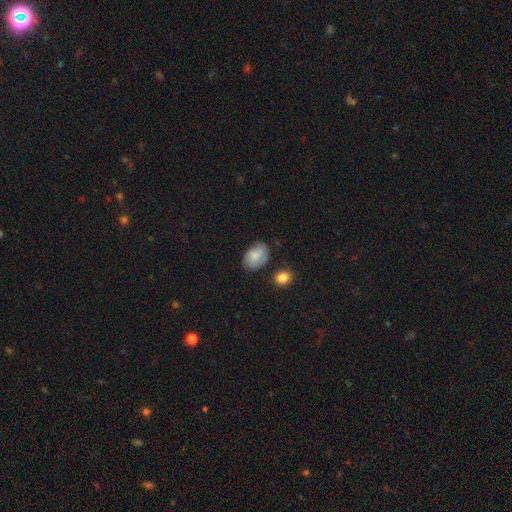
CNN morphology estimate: Overall: smooth (70%). How rounded: in between (81%). Merging: none (70%).